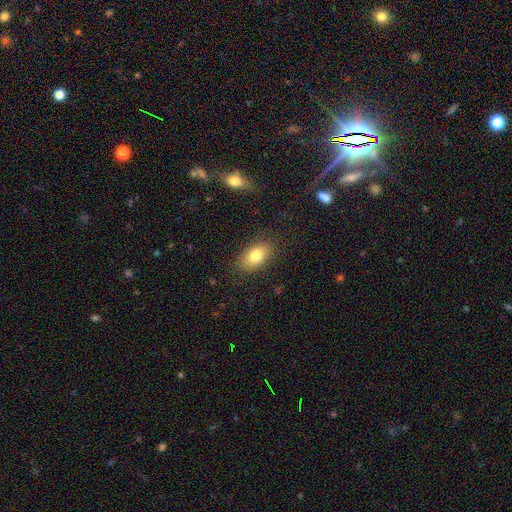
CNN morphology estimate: The model was most divided on "smooth or featured": smooth: 79%, featured or disk: 12%, star or artifact: 9%. More confident: how rounded — in between (89%); merging — none (84%).